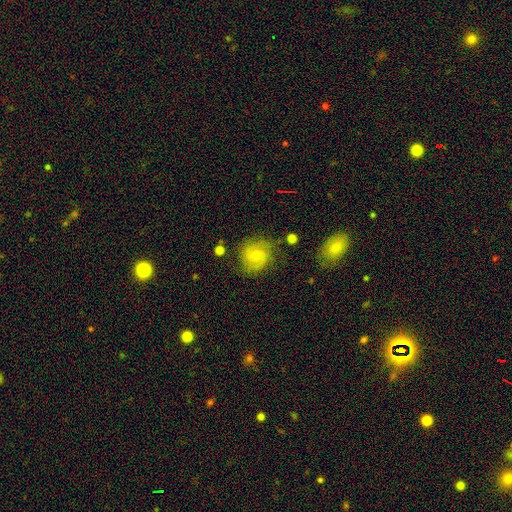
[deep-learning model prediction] Overall: smooth (47%; featured or disk 41%). Merging: none (71%).